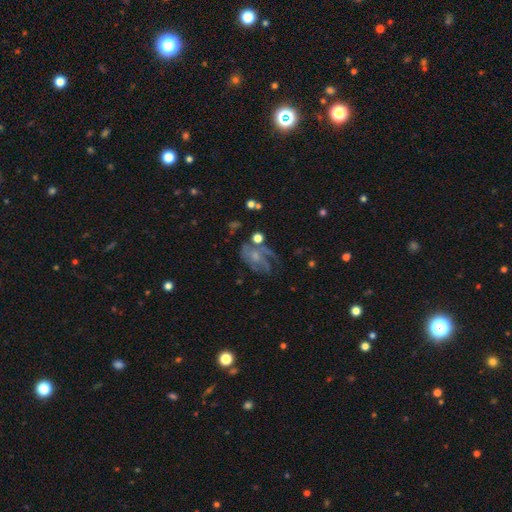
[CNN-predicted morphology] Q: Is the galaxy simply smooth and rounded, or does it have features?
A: featured or disk — 65%.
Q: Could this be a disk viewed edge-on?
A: no — 97%.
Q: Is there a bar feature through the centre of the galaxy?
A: no — 72%.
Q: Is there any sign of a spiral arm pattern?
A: yes — 75%.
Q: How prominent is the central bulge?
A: small — 49%.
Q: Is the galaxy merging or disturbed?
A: none — 37%.